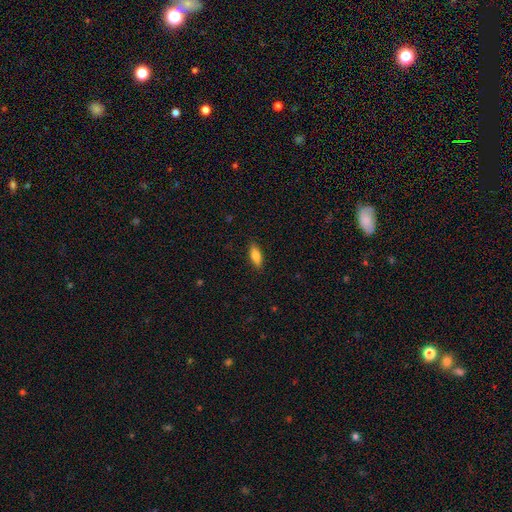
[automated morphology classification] type=smooth (78%); roundness=in between (69%); merging=none (88%).